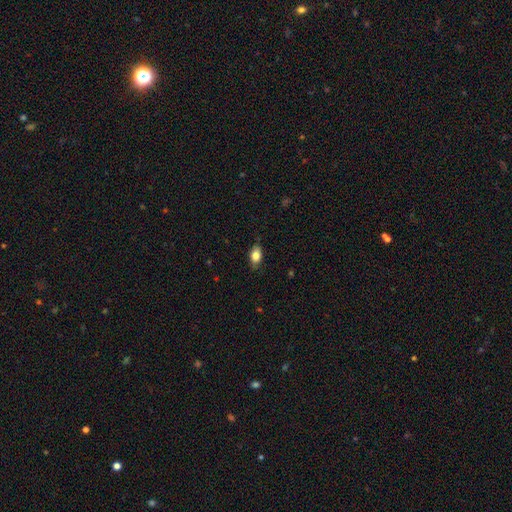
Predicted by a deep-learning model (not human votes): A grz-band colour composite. It shows a smooth galaxy with no disk features (81%) that is in between round and cigar-shaped (85%). Merging: none (80%).